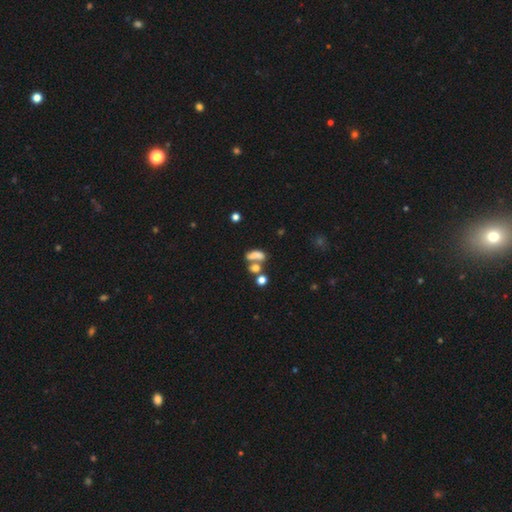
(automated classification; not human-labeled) Morphology: type=smooth (66%); roundness=in between (75%); merging=merger (50%).